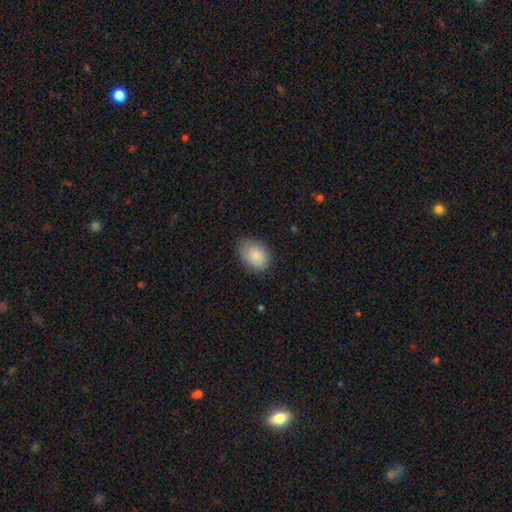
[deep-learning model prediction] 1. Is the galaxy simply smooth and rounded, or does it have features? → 86% smooth, 8% featured or disk, 7% star or artifact.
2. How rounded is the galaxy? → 82% in between, 17% round, 1% cigar-shaped.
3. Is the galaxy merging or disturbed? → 81% none, 15% minor disturbance, 3% major disturbance, 1% merger.